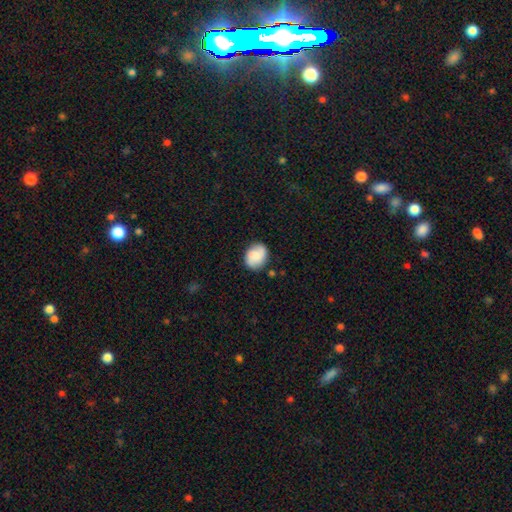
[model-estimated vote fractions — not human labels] smooth 65%, featured or disk 27%, star or artifact 8%. Down the decision tree: how rounded — round (58%); merging — none (78%).